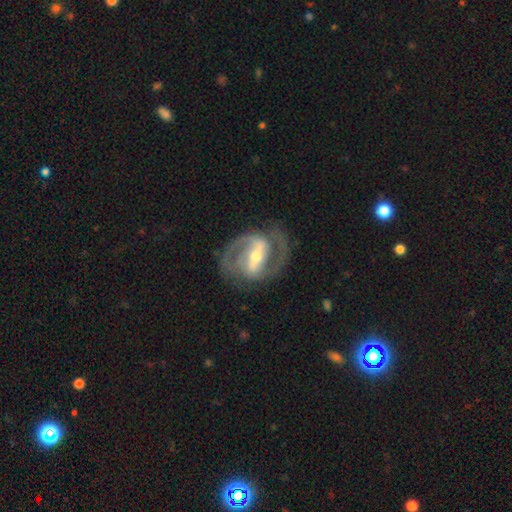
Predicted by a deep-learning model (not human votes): Q: Smooth or featured?
A: featured or disk (90%); runner-up: smooth (6%)
Q: Edge-on disk?
A: no (96%); runner-up: yes (4%)
Q: Bar?
A: strong (63%); runner-up: weak (27%)
Q: Spiral arms?
A: yes (95%); runner-up: no (5%)
Q: Spiral winding?
A: medium (55%); runner-up: tight (31%)
Q: Spiral arm count?
A: 2 (90%); runner-up: can't tell (3%)
Q: Bulge size?
A: moderate (58%); runner-up: small (35%)
Q: Merging?
A: none (77%); runner-up: minor disturbance (13%)